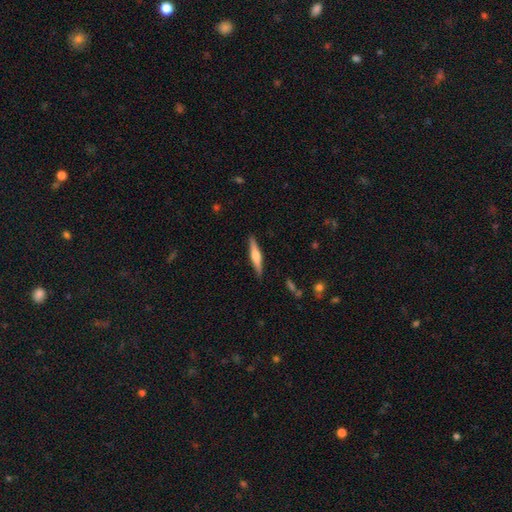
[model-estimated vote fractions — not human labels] Q: Smooth or featured?
A: featured or disk (60%); runner-up: smooth (35%)
Q: Edge-on disk?
A: yes (98%); runner-up: no (2%)
Q: Edge-on bulge?
A: rounded (83%); runner-up: boxy (12%)
Q: Merging?
A: none (90%); runner-up: minor disturbance (8%)